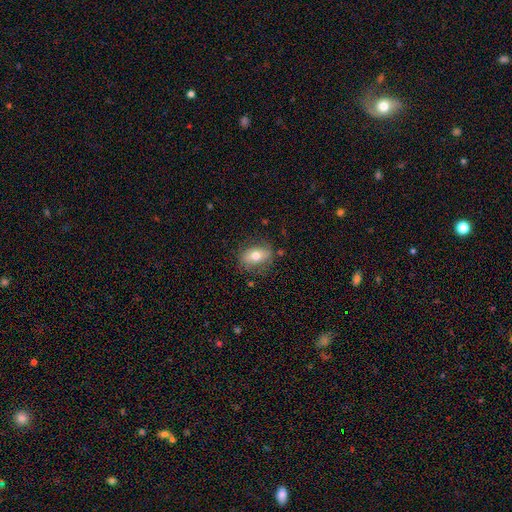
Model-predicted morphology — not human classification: Q: Smooth or featured?
A: smooth (69%); runner-up: featured or disk (23%)
Q: How rounded?
A: in between (80%); runner-up: round (17%)
Q: Merging?
A: none (77%); runner-up: minor disturbance (16%)